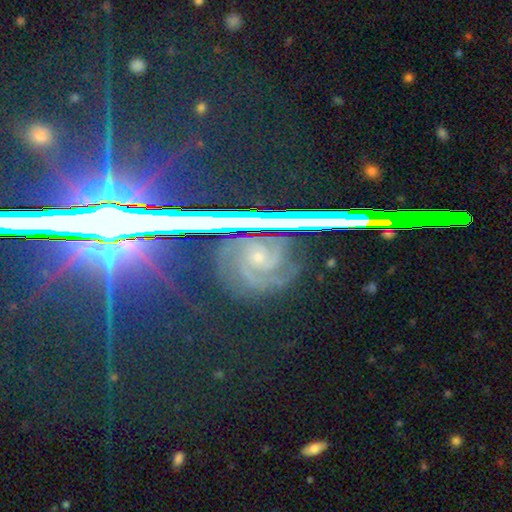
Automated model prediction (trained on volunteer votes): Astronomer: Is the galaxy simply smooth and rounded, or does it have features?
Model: featured or disk — 51% (runner-up: star or artifact, 38%).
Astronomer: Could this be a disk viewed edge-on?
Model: no — 83%.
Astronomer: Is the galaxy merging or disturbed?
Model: none — 77%.